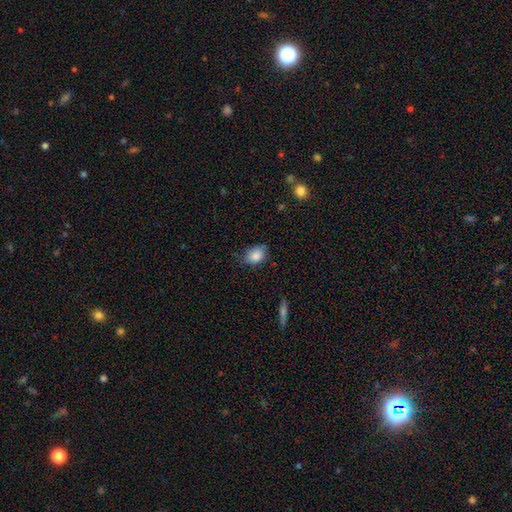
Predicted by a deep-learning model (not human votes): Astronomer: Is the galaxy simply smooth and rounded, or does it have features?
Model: smooth — 85%.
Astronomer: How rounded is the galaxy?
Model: in between — 76%.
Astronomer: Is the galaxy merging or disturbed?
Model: none — 68%.